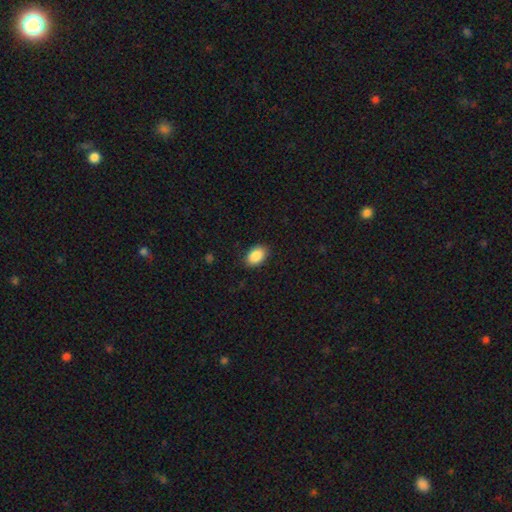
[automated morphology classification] Q: Smooth or featured?
A: smooth (89%); runner-up: star or artifact (7%)
Q: How rounded?
A: in between (89%); runner-up: round (10%)
Q: Merging?
A: none (87%); runner-up: minor disturbance (9%)